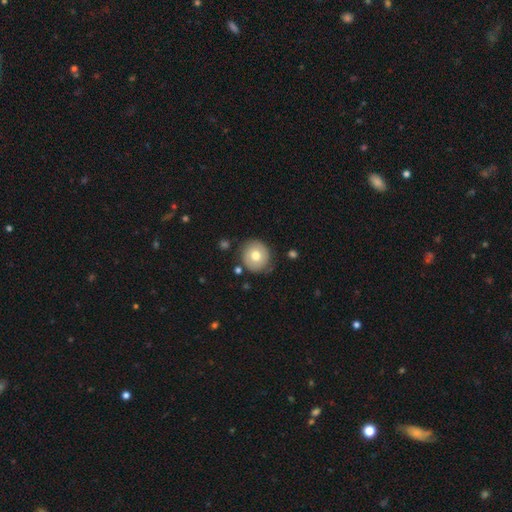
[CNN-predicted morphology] smooth_or_featured: smooth (p=0.70) [alt: featured or disk p=0.22]
how_rounded: round (p=0.91) [alt: in between p=0.08]
merging: none (p=0.82) [alt: minor disturbance p=0.12]